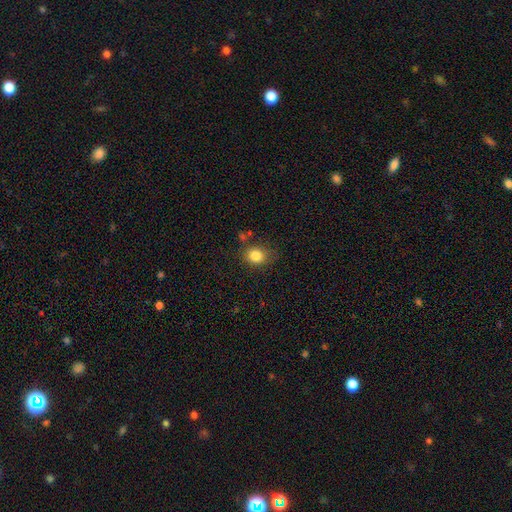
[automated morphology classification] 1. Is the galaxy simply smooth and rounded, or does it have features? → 83% smooth, 10% star or artifact, 6% featured or disk.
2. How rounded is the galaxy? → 65% round, 34% in between, 1% cigar-shaped.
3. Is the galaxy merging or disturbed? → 71% none, 18% minor disturbance, 5% major disturbance, 5% merger.